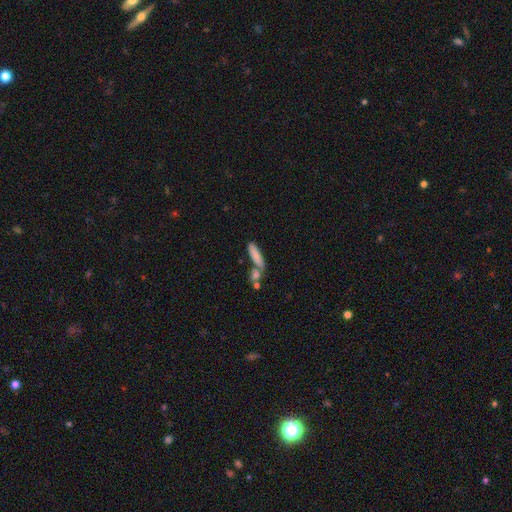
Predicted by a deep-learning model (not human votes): A smooth galaxy with no disk features (79%) that is cigar-shaped (69%).

Vote fractions:
- Smooth or featured? smooth: 79% / featured or disk: 13% / star or artifact: 8%
- How rounded? cigar-shaped: 69% / in between: 28% / round: 3%
- Merging? none: 57% / merger: 24% / minor disturbance: 14% / major disturbance: 5%